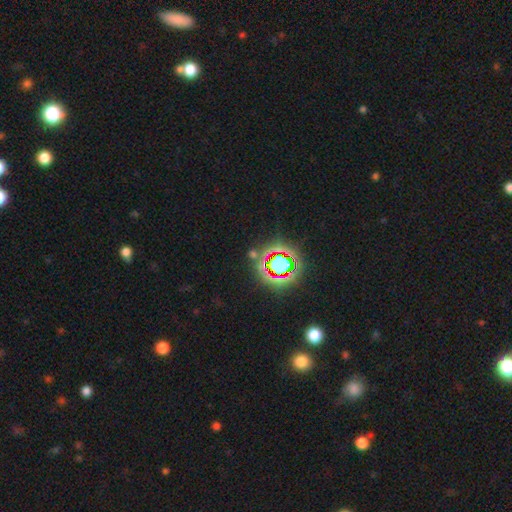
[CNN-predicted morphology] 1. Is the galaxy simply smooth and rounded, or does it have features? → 73% star or artifact, 17% smooth, 10% featured or disk.